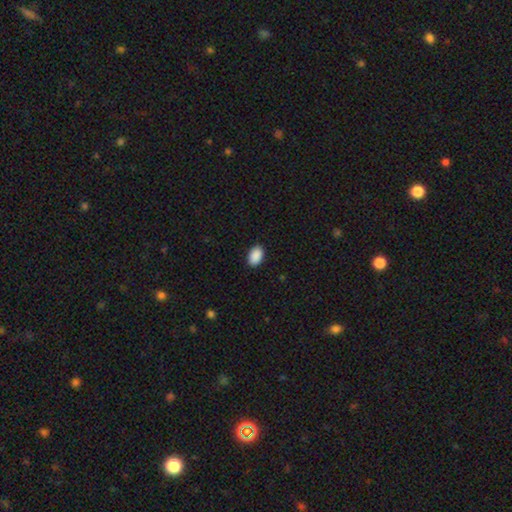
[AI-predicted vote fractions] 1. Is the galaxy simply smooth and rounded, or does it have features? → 91% smooth, 7% star or artifact, 2% featured or disk.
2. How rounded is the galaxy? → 89% in between, 10% round, 1% cigar-shaped.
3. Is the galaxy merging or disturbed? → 90% none, 8% minor disturbance, 2% major disturbance, 1% merger.